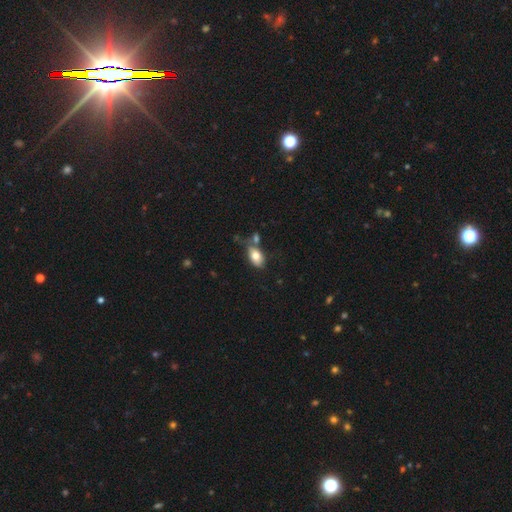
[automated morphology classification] smooth_or_featured: smooth (p=0.77) [alt: featured or disk p=0.16]
how_rounded: in between (p=0.90) [alt: round p=0.07]
merging: none (p=0.49) [alt: merger p=0.23]